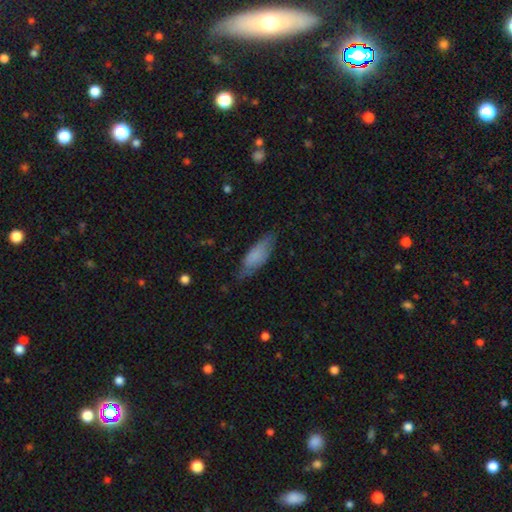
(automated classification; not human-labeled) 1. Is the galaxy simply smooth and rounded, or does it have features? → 76% smooth, 18% featured or disk, 6% star or artifact.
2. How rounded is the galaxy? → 62% in between, 36% cigar-shaped, 2% round.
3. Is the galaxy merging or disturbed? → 66% none, 26% minor disturbance, 6% major disturbance, 2% merger.